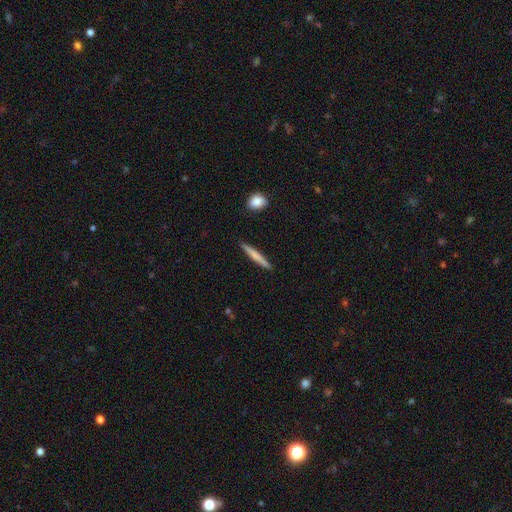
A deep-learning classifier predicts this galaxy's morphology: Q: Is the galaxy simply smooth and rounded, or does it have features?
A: smooth — 62%.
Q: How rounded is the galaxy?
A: cigar-shaped — 95%.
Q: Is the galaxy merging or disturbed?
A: none — 90%.